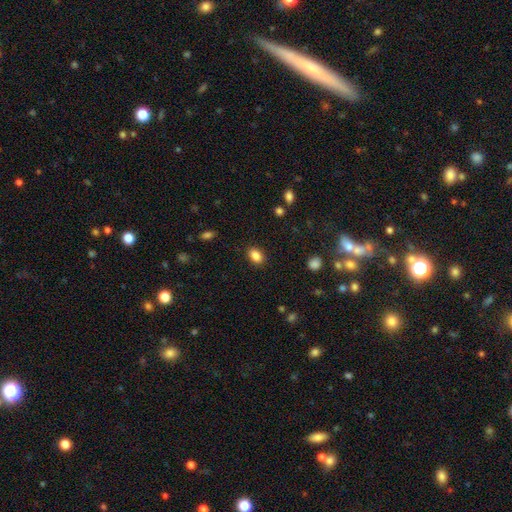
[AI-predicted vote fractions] smooth-or-featured: smooth: 86% | star or artifact: 9% | featured or disk: 5%
  how-rounded: in between: 80% | round: 18% | cigar-shaped: 1%
  merging: none: 88% | minor disturbance: 9% | major disturbance: 3% | merger: 1%